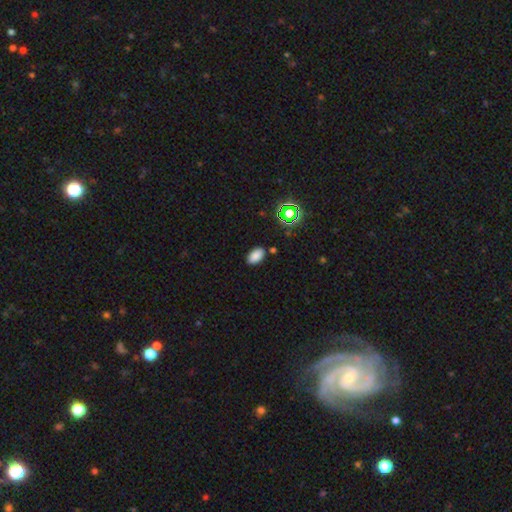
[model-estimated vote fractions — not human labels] Smooth or featured?
  - smooth: 81% *
  - star or artifact: 14%
  - featured or disk: 5%
How rounded?
  - in between: 92% *
  - round: 6%
  - cigar-shaped: 2%
Merging?
  - none: 86% *
  - minor disturbance: 10%
  - merger: 2%
  - major disturbance: 2%